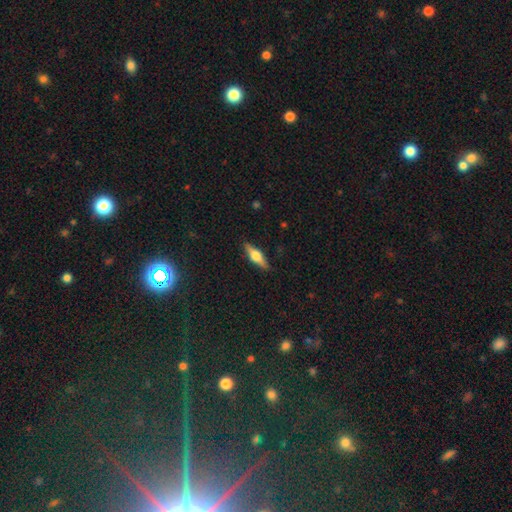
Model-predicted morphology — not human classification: Smooth or featured? Predicted: featured or disk (p=0.59). Edge-on disk? Predicted: yes (p=0.96). Edge-on bulge? Predicted: rounded (p=0.93). Merging? Predicted: none (p=0.88).